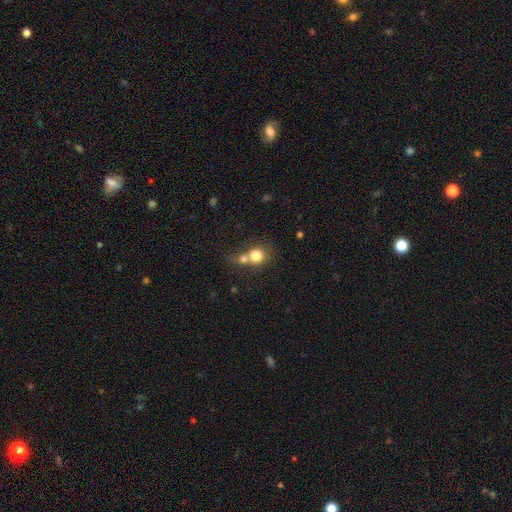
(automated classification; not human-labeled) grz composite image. It shows a smooth galaxy with no disk features (77%) that is round (81%). Merging: merger (52%).